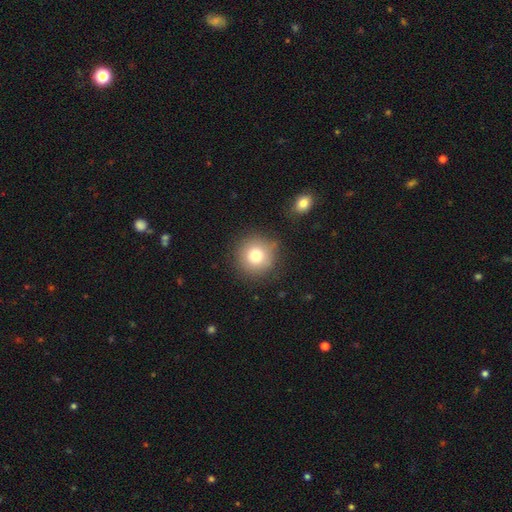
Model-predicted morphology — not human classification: Smooth or featured?
  - smooth: 76% *
  - star or artifact: 12%
  - featured or disk: 12%
How rounded?
  - round: 94% *
  - in between: 5%
  - cigar-shaped: 1%
Merging?
  - none: 82% *
  - minor disturbance: 12%
  - major disturbance: 4%
  - merger: 2%